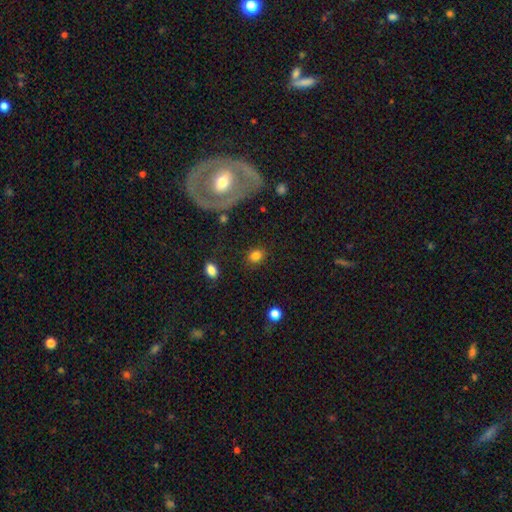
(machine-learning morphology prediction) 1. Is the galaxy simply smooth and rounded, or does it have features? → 83% smooth, 10% star or artifact, 7% featured or disk.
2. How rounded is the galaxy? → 61% round, 37% in between, 2% cigar-shaped.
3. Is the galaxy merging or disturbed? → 85% none, 9% minor disturbance, 3% major disturbance, 2% merger.